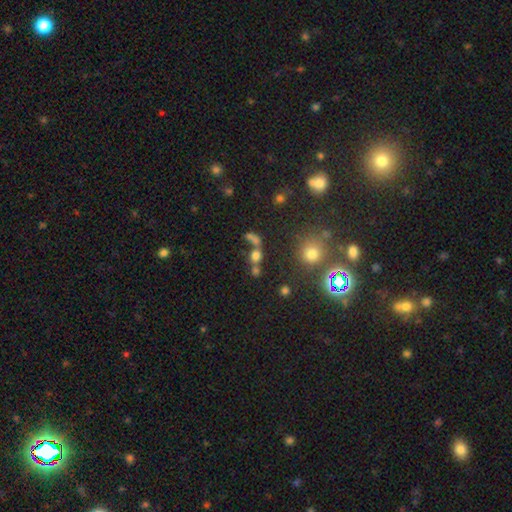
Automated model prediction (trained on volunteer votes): Morphology: type=smooth (64%); roundness=round (66%); merging=merger (43%).